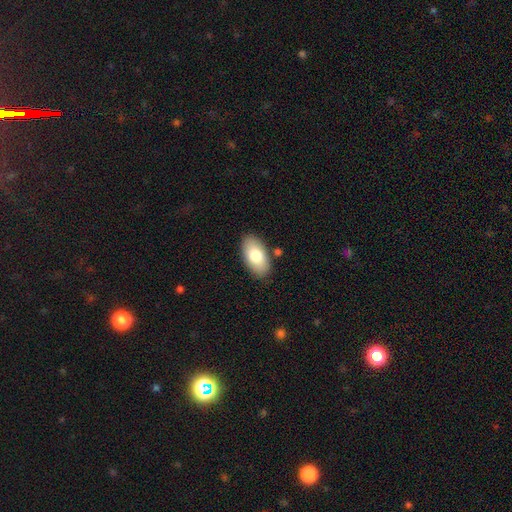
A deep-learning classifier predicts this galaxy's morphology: Overall: smooth (79%). How rounded: in between (95%). Merging: none (84%).